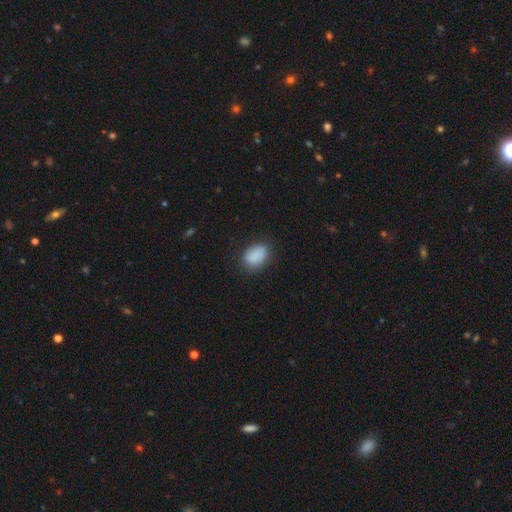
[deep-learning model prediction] This appears to be a smooth galaxy with no disk features (87%) that is in between round and cigar-shaped (76%). Merging: none (79%).